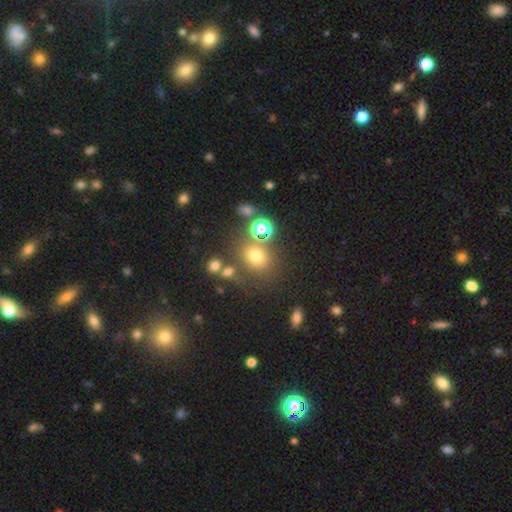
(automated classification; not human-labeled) smooth 66%, star or artifact 23%, featured or disk 11%. Down the decision tree: how rounded — round (60%); merging — none (68%).